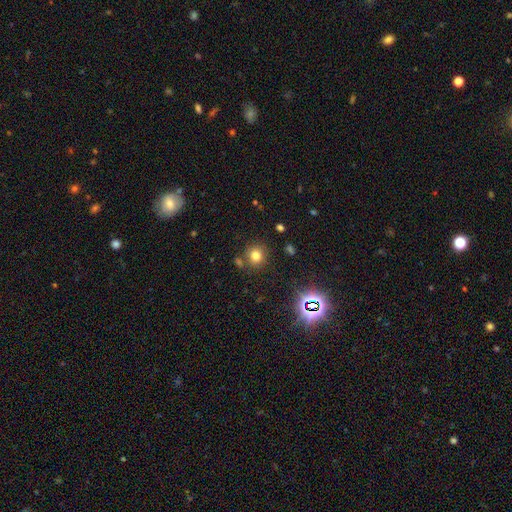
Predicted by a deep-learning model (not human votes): smooth_or_featured: smooth (p=0.75) [alt: star or artifact p=0.18]
how_rounded: round (p=0.87) [alt: in between p=0.12]
merging: none (p=0.79) [alt: minor disturbance p=0.09]